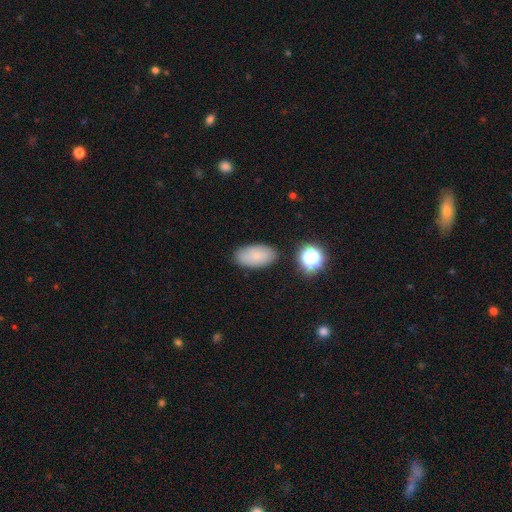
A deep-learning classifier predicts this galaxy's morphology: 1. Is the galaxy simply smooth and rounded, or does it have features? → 80% smooth, 10% featured or disk, 10% star or artifact.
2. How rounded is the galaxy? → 93% in between, 4% round, 2% cigar-shaped.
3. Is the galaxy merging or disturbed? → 83% none, 11% minor disturbance, 3% major disturbance, 3% merger.